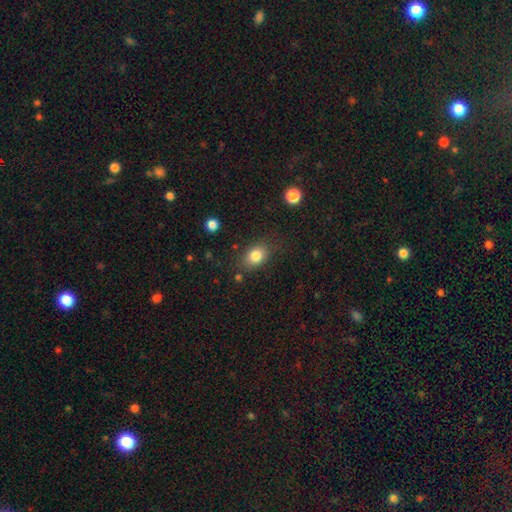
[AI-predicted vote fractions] Morphology: type=smooth (83%); roundness=in between (69%); merging=none (76%).